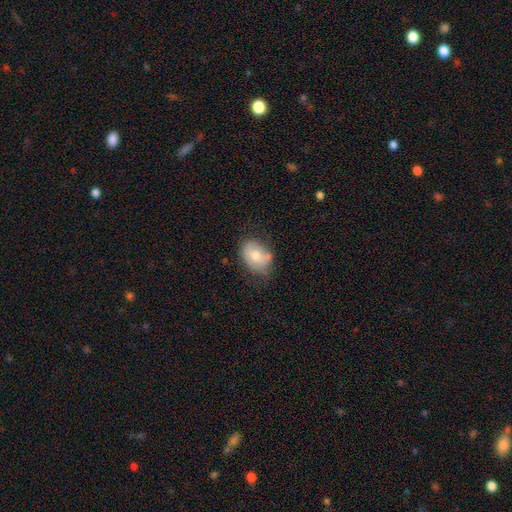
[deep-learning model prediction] Morphology: type=smooth (64%); roundness=in between (70%); merging=none (58%).